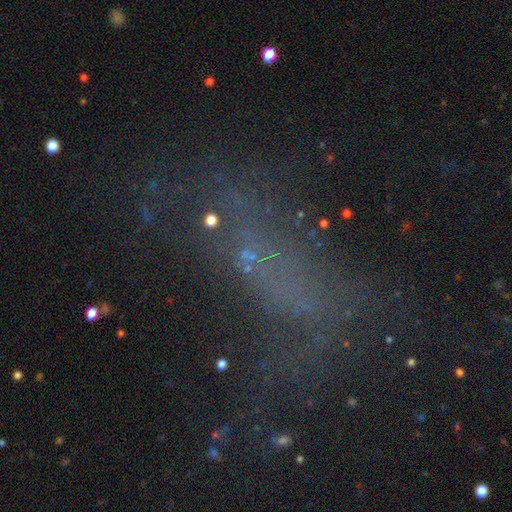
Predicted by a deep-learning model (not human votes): Smooth or featured: star or artifact — 41% (featured or disk — 30%)